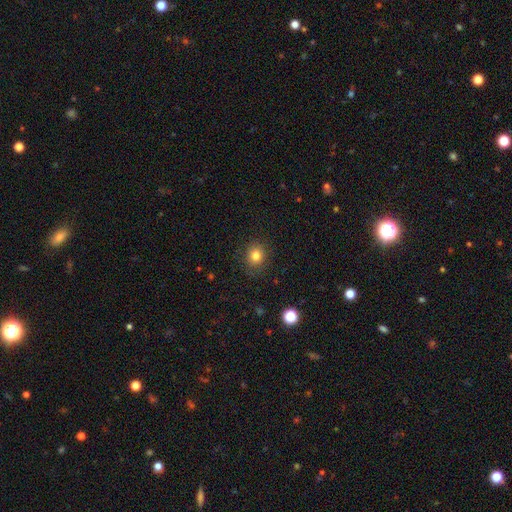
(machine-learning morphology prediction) smooth-or-featured: smooth: 81% | star or artifact: 12% | featured or disk: 7%
  how-rounded: round: 78% | in between: 21% | cigar-shaped: 1%
  merging: none: 87% | minor disturbance: 9% | major disturbance: 3% | merger: 1%